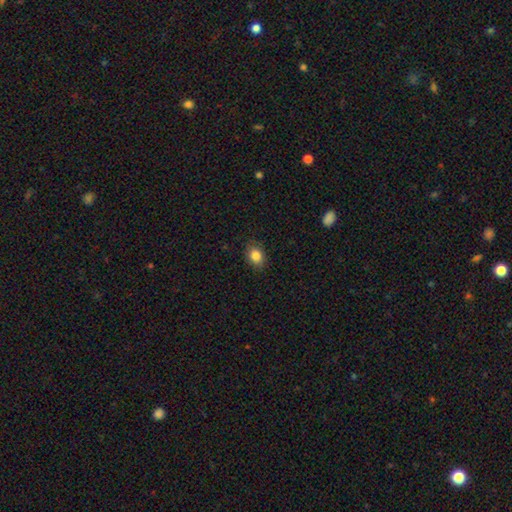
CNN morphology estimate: Overall: smooth (84%). How rounded: in between (61%; round 38%). Merging: none (85%).